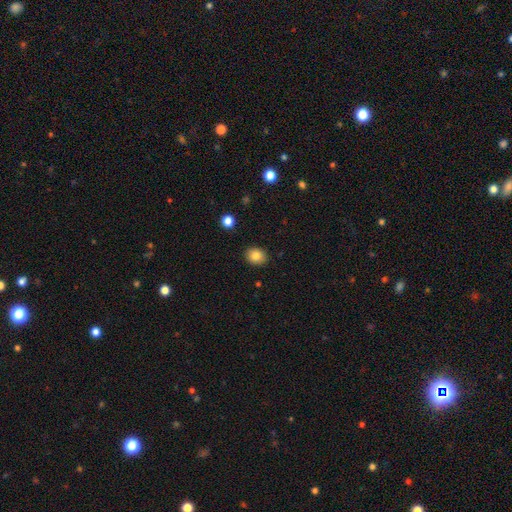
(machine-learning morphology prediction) Q: Smooth or featured?
A: smooth (83%); runner-up: star or artifact (10%)
Q: How rounded?
A: round (59%); runner-up: in between (41%)
Q: Merging?
A: none (89%); runner-up: minor disturbance (8%)